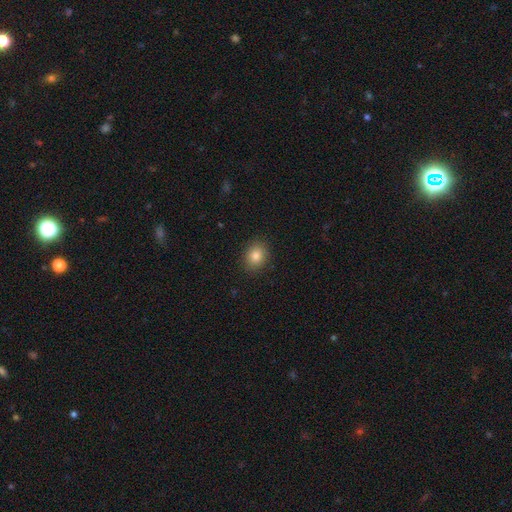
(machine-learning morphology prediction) This appears to be a smooth galaxy with no disk features (84%) that is round (54%). Merging: none (88%).